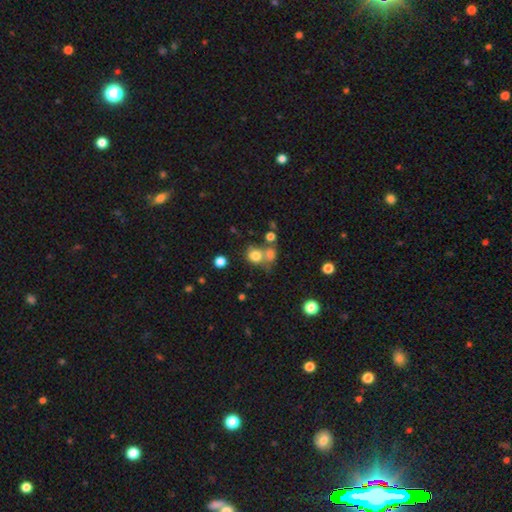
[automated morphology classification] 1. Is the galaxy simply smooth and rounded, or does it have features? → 76% smooth, 14% star or artifact, 10% featured or disk.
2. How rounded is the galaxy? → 78% round, 21% in between, 1% cigar-shaped.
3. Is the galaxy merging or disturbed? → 45% none, 39% merger, 10% minor disturbance, 6% major disturbance.